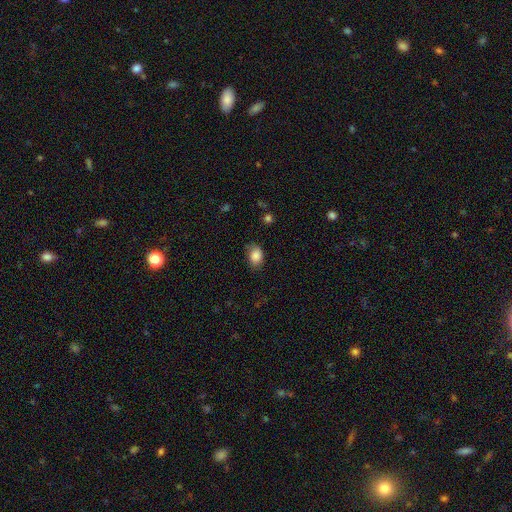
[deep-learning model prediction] Smooth or featured? Predicted: smooth (p=0.86). How rounded? Predicted: in between (p=0.75). Merging? Predicted: none (p=0.71).